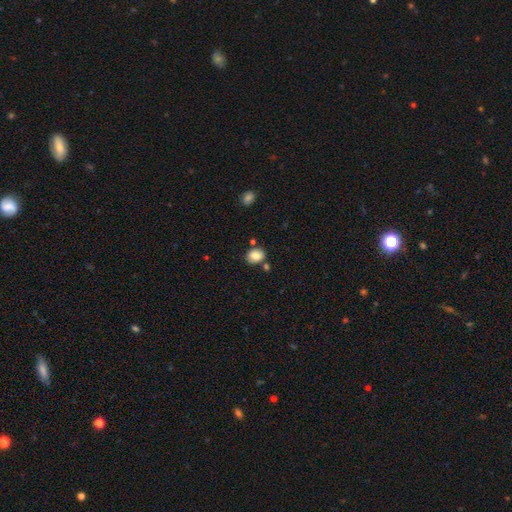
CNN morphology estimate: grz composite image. It shows a smooth galaxy with no disk features (83%) that is in between round and cigar-shaped (55%). Merging: none (70%).